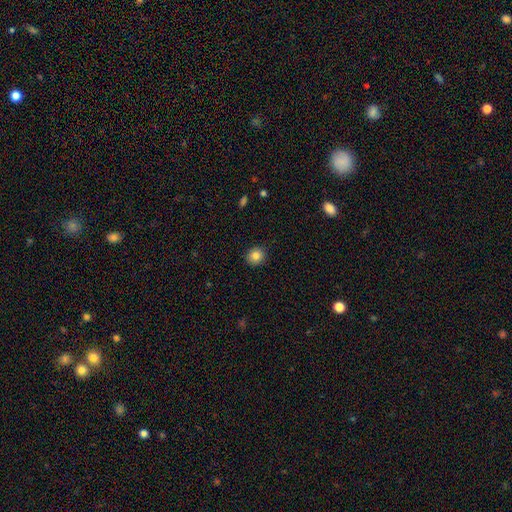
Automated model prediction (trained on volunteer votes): Smooth or featured? Predicted: smooth (p=0.83). How rounded? Predicted: round (p=0.86). Merging? Predicted: none (p=0.90).